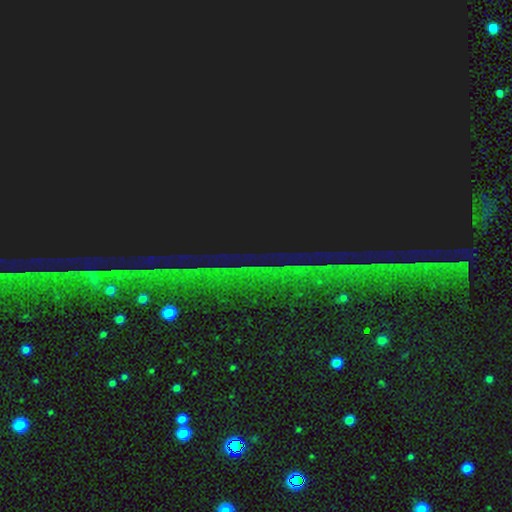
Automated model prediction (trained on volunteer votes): star or artifact 87%, featured or disk 7%, smooth 6%.